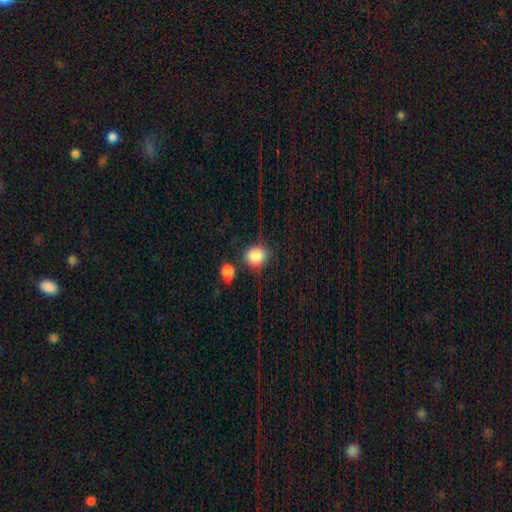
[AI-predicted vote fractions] Smooth or featured?
  - smooth: 82% *
  - star or artifact: 10%
  - featured or disk: 8%
How rounded?
  - round: 57% *
  - in between: 42%
  - cigar-shaped: 1%
Merging?
  - none: 61% *
  - minor disturbance: 16%
  - merger: 13%
  - major disturbance: 9%